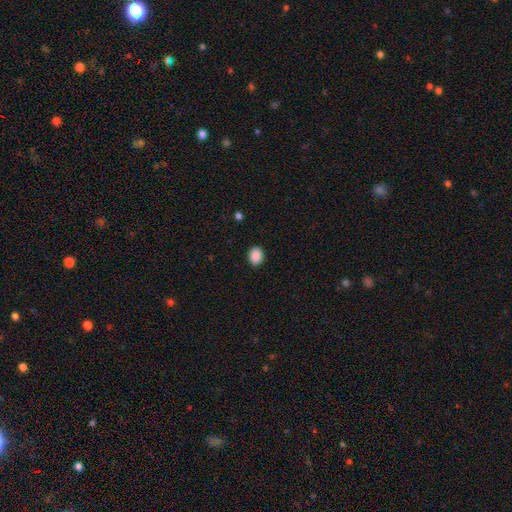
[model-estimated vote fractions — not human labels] smooth-or-featured: smooth: 89% | star or artifact: 8% | featured or disk: 3%
  how-rounded: in between: 54% | round: 45% | cigar-shaped: 1%
  merging: none: 90% | minor disturbance: 7% | major disturbance: 2% | merger: 1%